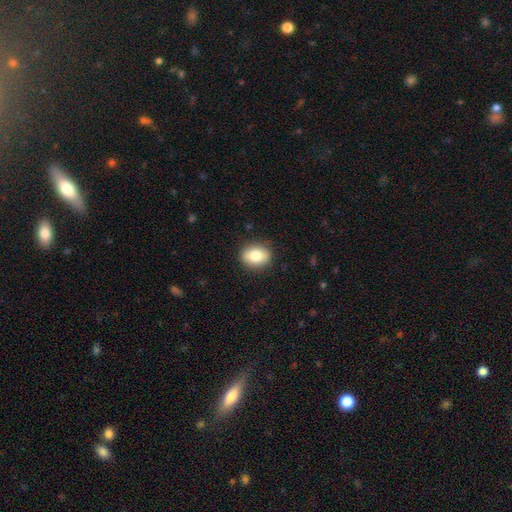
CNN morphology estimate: Q: Smooth or featured?
A: smooth (79%); runner-up: featured or disk (13%)
Q: How rounded?
A: in between (53%); runner-up: round (45%)
Q: Merging?
A: none (87%); runner-up: minor disturbance (9%)